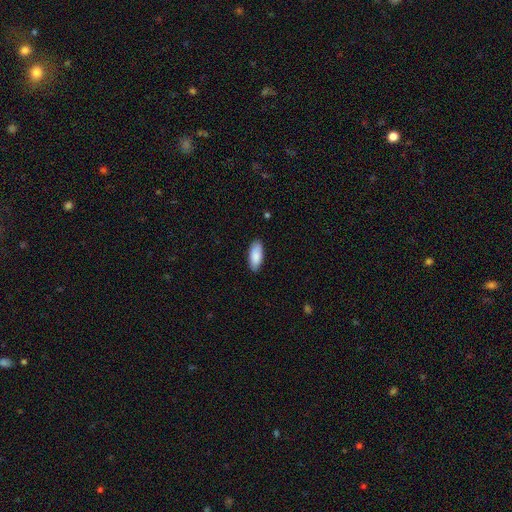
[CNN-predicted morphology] Smooth or featured? Predicted: smooth (p=0.88). How rounded? Predicted: in between (p=0.85). Merging? Predicted: none (p=0.86).